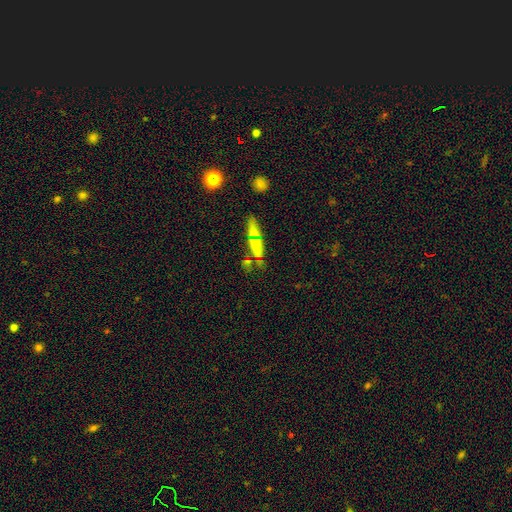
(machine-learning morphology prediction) type=smooth (41%); merging=none (75%).